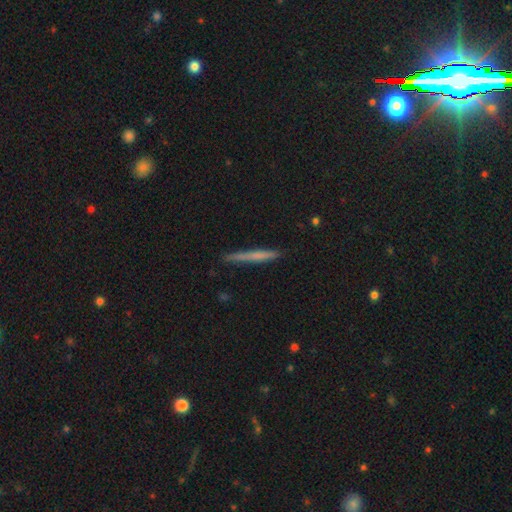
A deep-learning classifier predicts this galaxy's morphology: Smooth or featured? smooth (59%)
How rounded? cigar-shaped (96%)
Merging? none (86%)